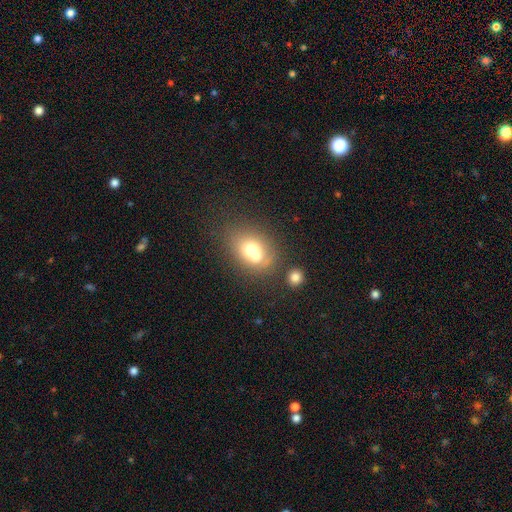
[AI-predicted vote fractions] Smooth or featured: smooth — 66% (featured or disk — 22%)
How rounded: in between — 56% (round — 43%)
Merging: merger — 49% (none — 33%)